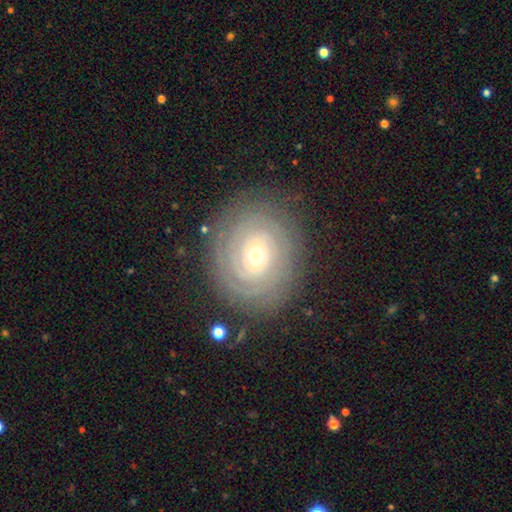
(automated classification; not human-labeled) featured or disk 82%, smooth 11%, star or artifact 7%. Down the decision tree: edge-on disk — no (97%); bar — no (71%); spiral arms — yes (93%); spiral arm count — can't tell (34%); spiral winding — tight (88%); bulge size — moderate (49%); merging — none (84%).